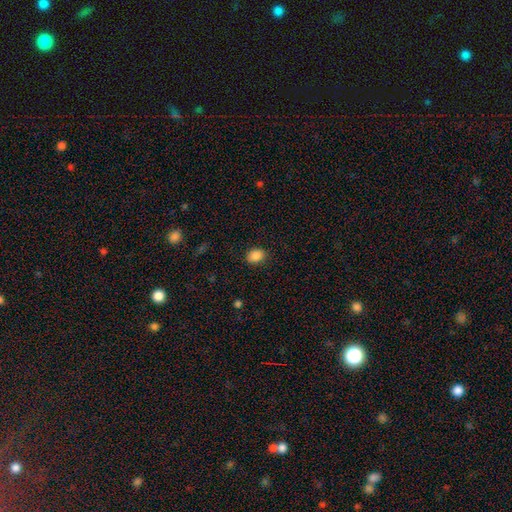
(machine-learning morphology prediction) The model was most divided on "how rounded": in between: 62%, round: 37%, cigar-shaped: 1%. More confident: smooth or featured — smooth (87%); merging — none (87%).